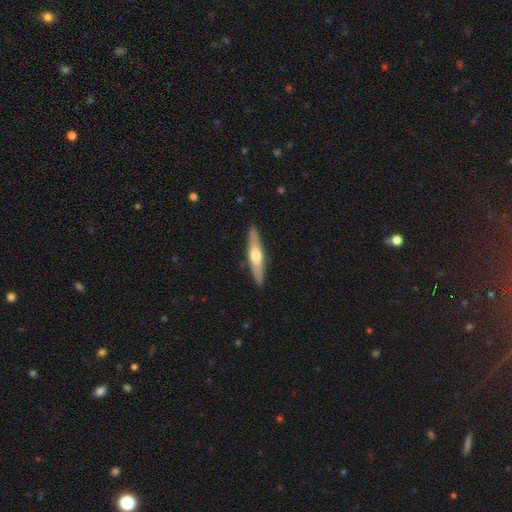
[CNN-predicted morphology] Overall: featured or disk (48%; smooth 47%). Merging: none (89%).